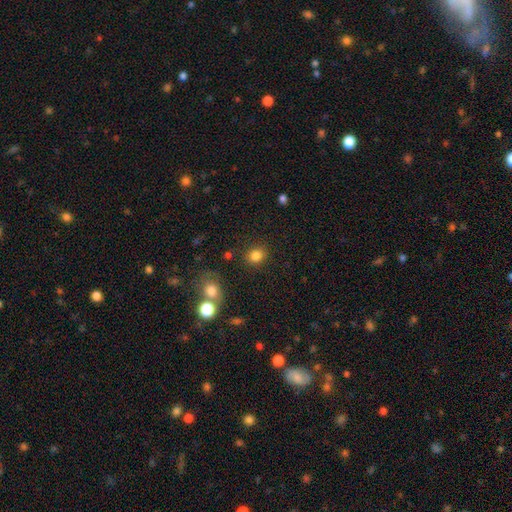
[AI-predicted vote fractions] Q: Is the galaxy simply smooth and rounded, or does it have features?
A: smooth — 82%.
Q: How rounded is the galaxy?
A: round — 76%.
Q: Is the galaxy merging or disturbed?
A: none — 84%.